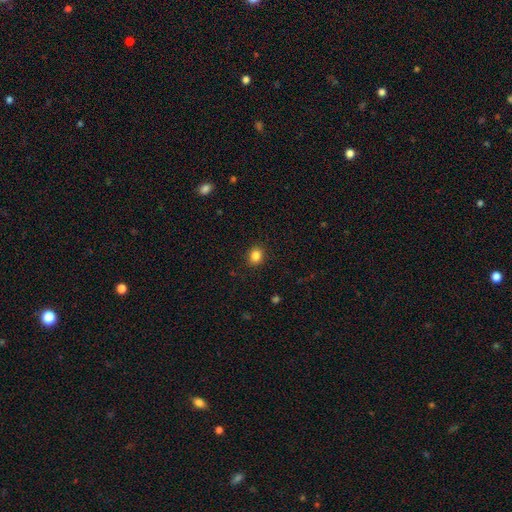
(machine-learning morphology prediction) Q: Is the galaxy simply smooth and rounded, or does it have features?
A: smooth — 85%.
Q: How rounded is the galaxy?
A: round — 69%.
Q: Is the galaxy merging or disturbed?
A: none — 90%.